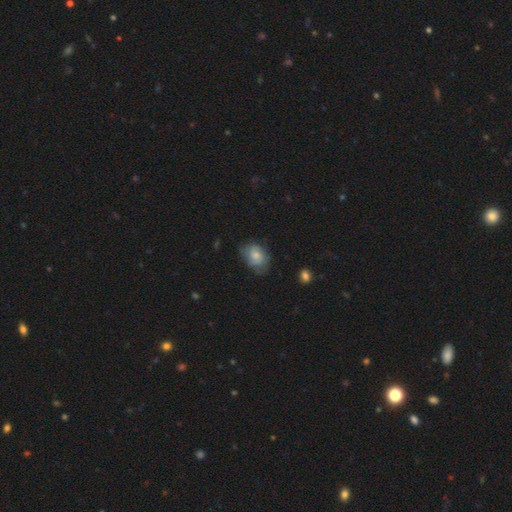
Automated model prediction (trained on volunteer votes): smooth 65%, featured or disk 27%, star or artifact 8%. Down the decision tree: how rounded — in between (67%); merging — none (59%).